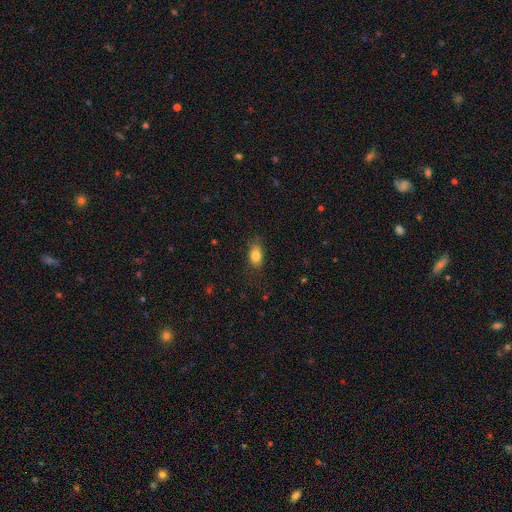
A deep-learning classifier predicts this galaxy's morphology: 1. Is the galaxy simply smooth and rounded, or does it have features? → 82% smooth, 9% featured or disk, 9% star or artifact.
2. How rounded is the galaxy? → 85% in between, 11% round, 4% cigar-shaped.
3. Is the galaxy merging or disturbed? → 78% none, 17% minor disturbance, 5% major disturbance, 1% merger.